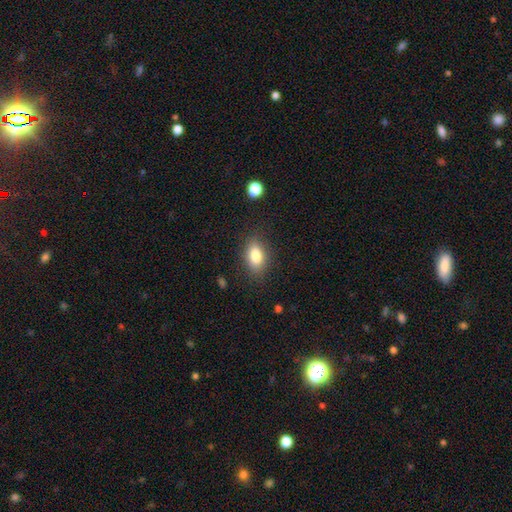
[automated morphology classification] smooth-or-featured: smooth: 82% | featured or disk: 9% | star or artifact: 9%
  how-rounded: in between: 85% | round: 9% | cigar-shaped: 5%
  merging: none: 83% | minor disturbance: 12% | major disturbance: 4% | merger: 1%